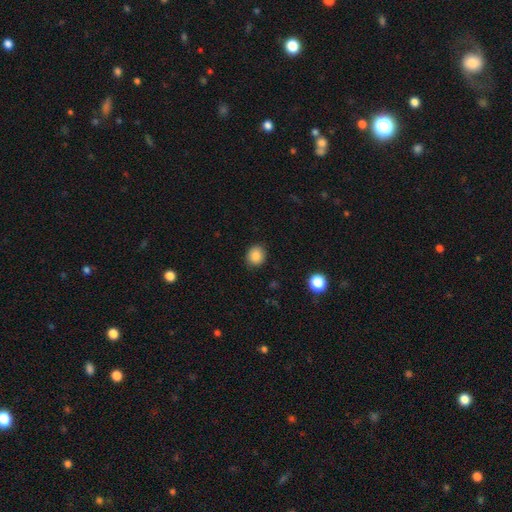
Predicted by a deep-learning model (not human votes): This is clearly a smooth galaxy (85%). How rounded: likely round (78%). Merging: clearly none (87%).